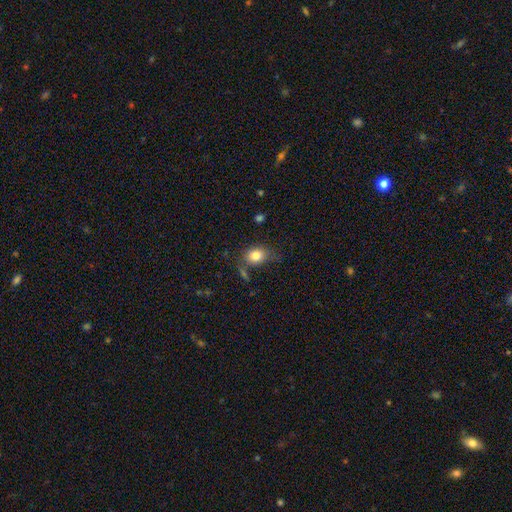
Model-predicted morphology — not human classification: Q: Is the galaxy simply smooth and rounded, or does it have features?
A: smooth — 82%.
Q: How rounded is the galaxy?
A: in between — 59%.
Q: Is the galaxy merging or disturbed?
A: none — 64%.